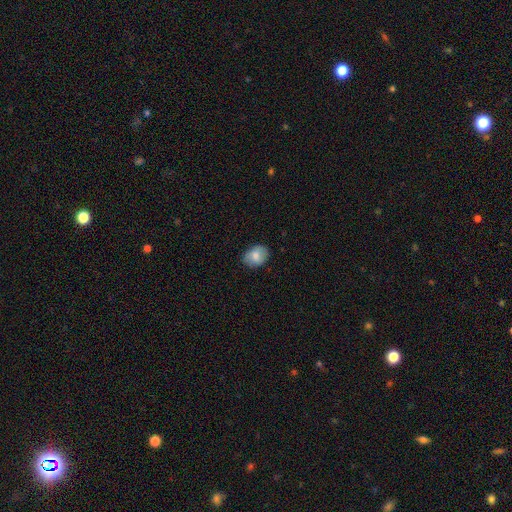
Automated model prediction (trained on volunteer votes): The model was most divided on "how rounded": in between: 75%, round: 24%, cigar-shaped: 1%. More confident: merging — none (83%); smooth or featured — smooth (79%).